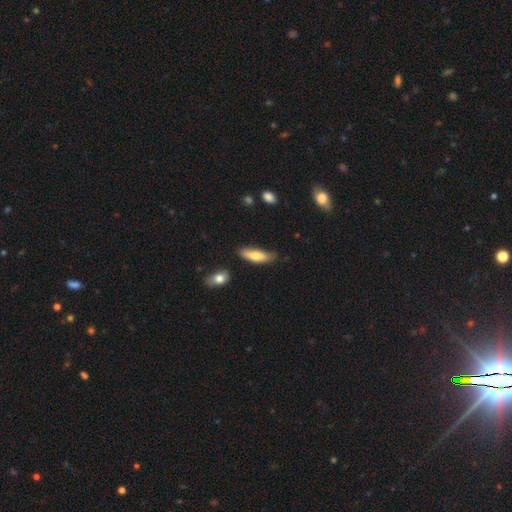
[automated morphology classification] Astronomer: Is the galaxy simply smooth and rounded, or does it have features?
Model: smooth — 78%.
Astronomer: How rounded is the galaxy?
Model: cigar-shaped — 51% (runner-up: in between, 47%).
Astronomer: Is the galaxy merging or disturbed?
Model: none — 61%.